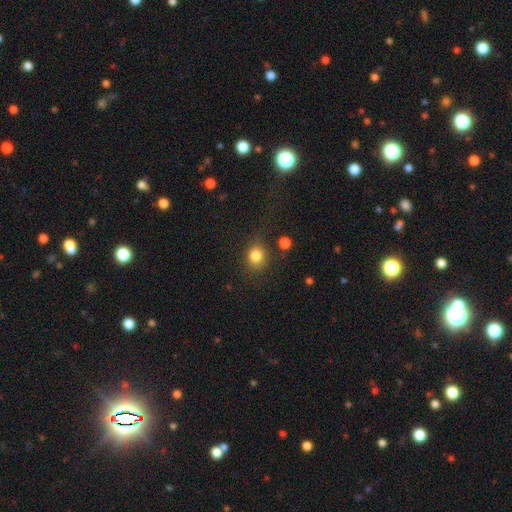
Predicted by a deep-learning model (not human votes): A smooth galaxy with no disk features (82%) that is round (73%). Merging: none (74%).